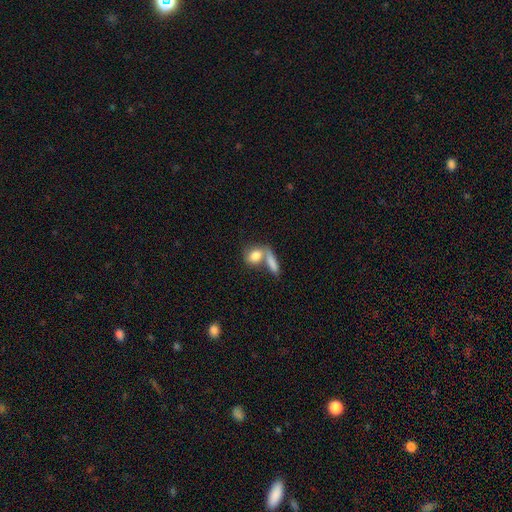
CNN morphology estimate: The model was most divided on "merging": merger: 52%, none: 32%, minor disturbance: 9%, major disturbance: 7%. More confident: smooth or featured — smooth (78%); how rounded — in between (66%).